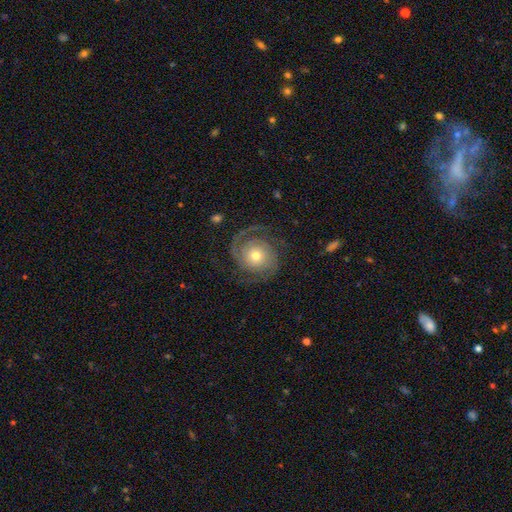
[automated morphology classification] type=featured or disk (87%); edge-on=no (98%); bar=no (79%); spiral arms=yes (97%); winding=tight (55%); arm count=2 (88%); bulge=moderate (58%); merging=none (80%).